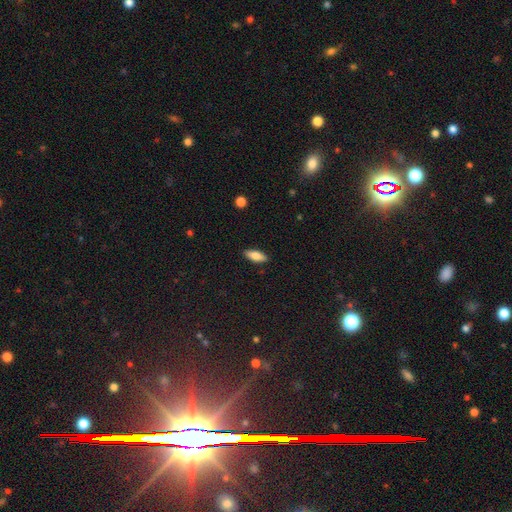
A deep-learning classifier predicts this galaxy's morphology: This is likely a smooth galaxy (79%). How rounded: likely in between (75%). Merging: clearly none (89%).